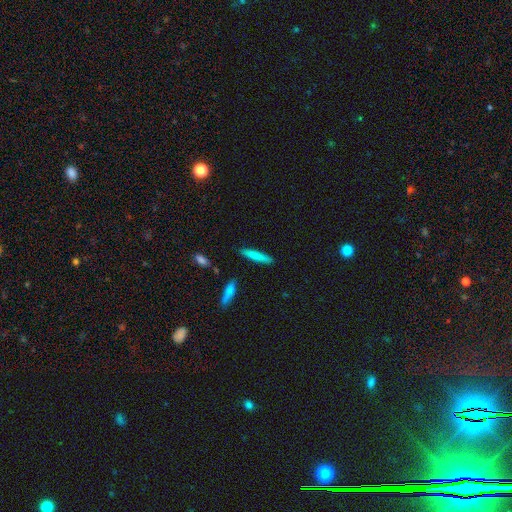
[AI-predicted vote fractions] smooth 77%, featured or disk 17%, star or artifact 6%. Down the decision tree: how rounded — cigar-shaped (89%); merging — none (88%).